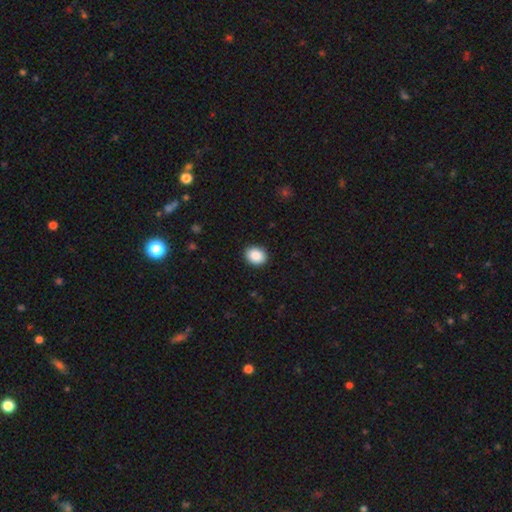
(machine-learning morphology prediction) type=smooth (88%); roundness=in between (50%); merging=none (91%).